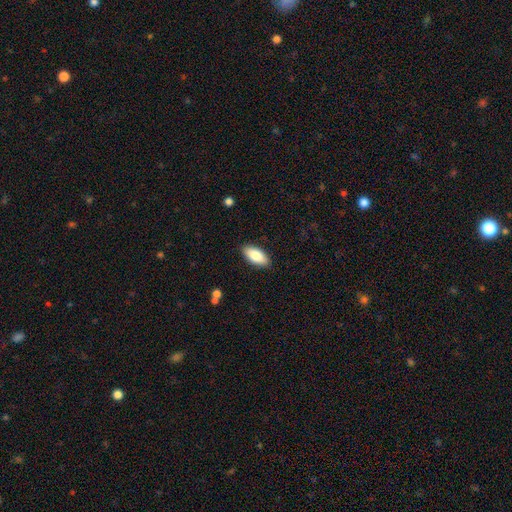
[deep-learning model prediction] smooth_or_featured: smooth (p=0.83) [alt: featured or disk p=0.11]
how_rounded: in between (p=0.89) [alt: cigar-shaped p=0.09]
merging: none (p=0.88) [alt: minor disturbance p=0.09]